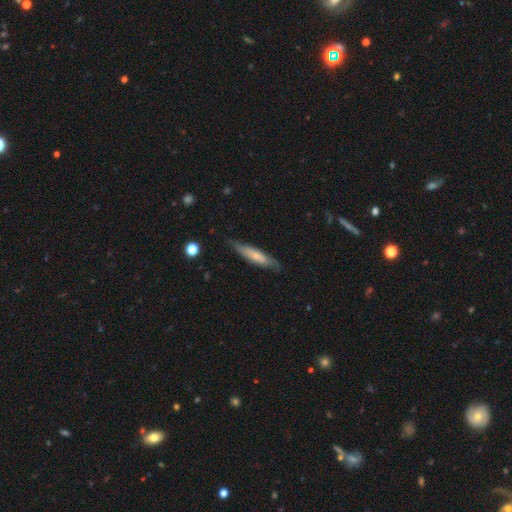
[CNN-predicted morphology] Smooth or featured? smooth (56%)
How rounded? cigar-shaped (79%)
Merging? none (75%)